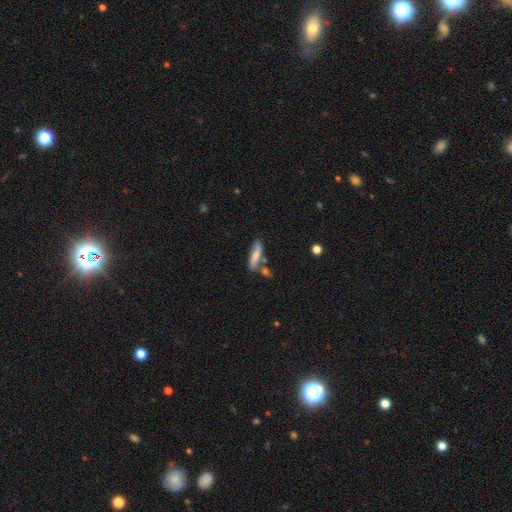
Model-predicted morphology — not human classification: A smooth galaxy with no disk features (64%) that is cigar-shaped (59%). Merging: none (53%).